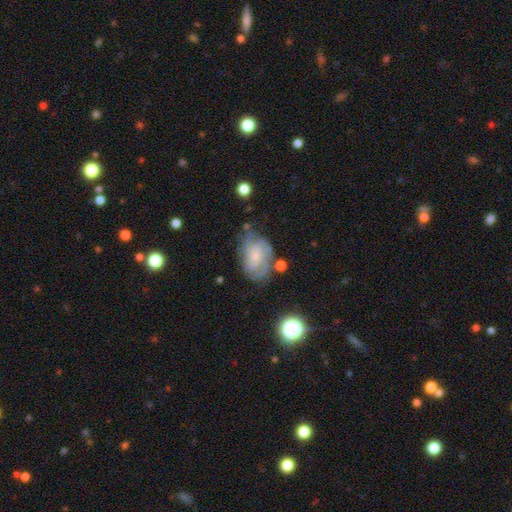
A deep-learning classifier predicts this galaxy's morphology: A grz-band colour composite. It shows a featured or disk galaxy (77%) with no bar (62%), 2 (31%) tight (55%) spiral arms (93%) and a small central bulge (59%). Merging: none (60%).